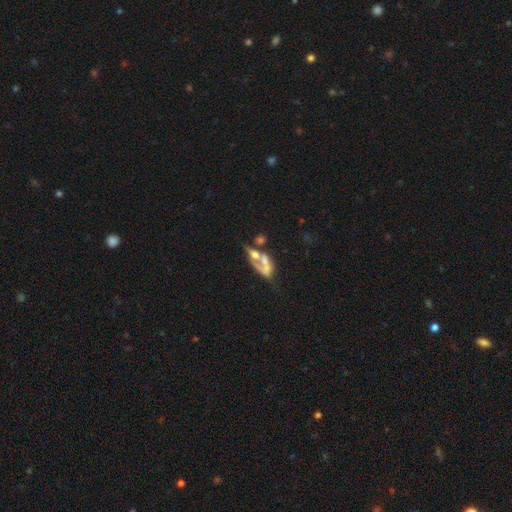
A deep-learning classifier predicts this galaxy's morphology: Overall: featured or disk (55%; smooth 32%). Edge-on disk: no (92%). Bar: no (83%). Spiral arms: no (75%). Bulge size: none (38%; moderate 29%). Merging: merger (54%; major disturbance 20%).